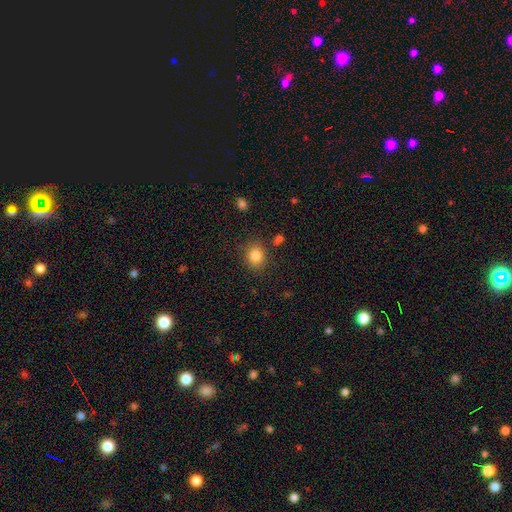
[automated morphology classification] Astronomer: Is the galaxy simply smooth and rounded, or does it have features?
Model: smooth — 83%.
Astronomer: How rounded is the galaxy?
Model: round — 69%.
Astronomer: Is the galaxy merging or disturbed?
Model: none — 83%.